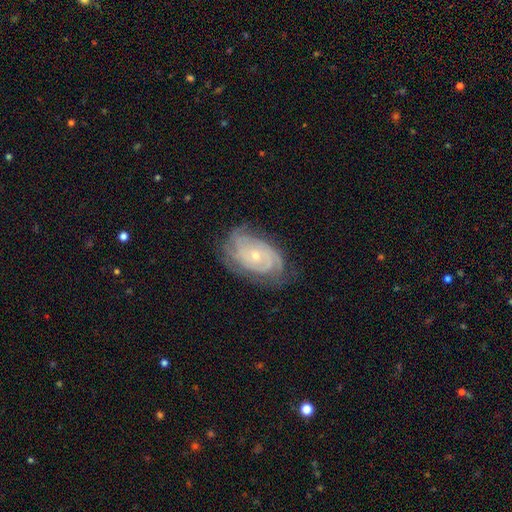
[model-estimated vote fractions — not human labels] smooth_or_featured: featured or disk (p=0.82) [alt: smooth p=0.12]
disk_edge_on: no (p=0.96) [alt: yes p=0.04]
bar: no (p=0.78) [alt: weak p=0.18]
has_spiral_arms: yes (p=0.94) [alt: no p=0.06]
spiral_winding: tight (p=0.70) [alt: medium p=0.24]
spiral_arm_count: can't tell (p=0.37) [alt: 2 p=0.25]
bulge_size: small (p=0.67) [alt: moderate p=0.29]
merging: none (p=0.69) [alt: minor disturbance p=0.21]